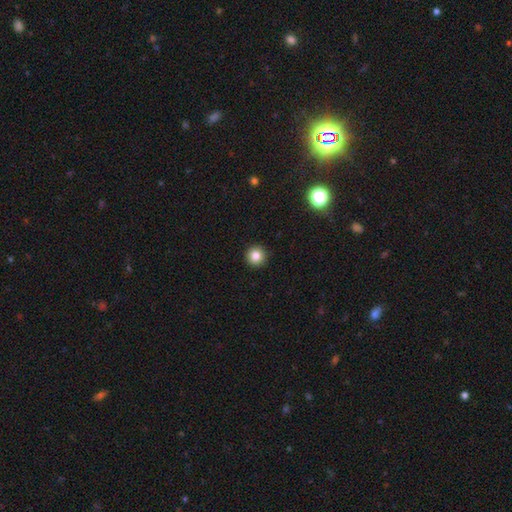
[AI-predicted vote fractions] smooth 84%, star or artifact 11%, featured or disk 6%. Down the decision tree: how rounded — round (96%); merging — none (94%).